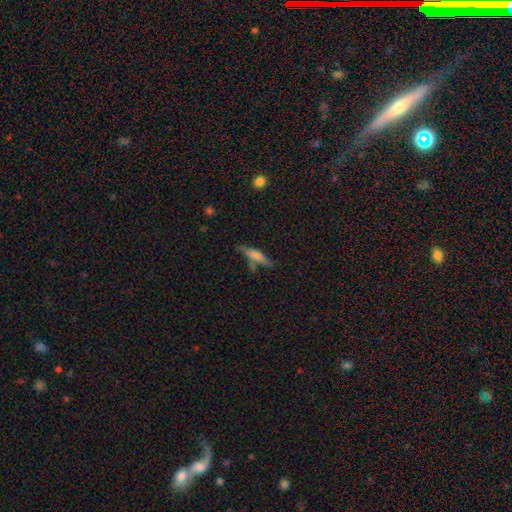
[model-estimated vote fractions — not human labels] The model was most divided on "smooth or featured": smooth: 63%, featured or disk: 30%, star or artifact: 8%. More confident: how rounded — cigar-shaped (79%); merging — none (62%).